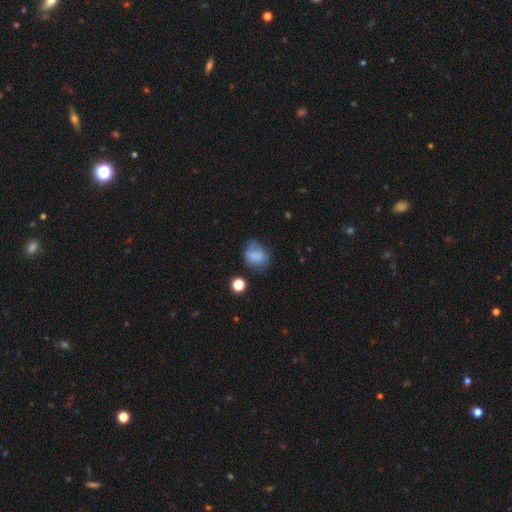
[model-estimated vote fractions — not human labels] Morphology: type=smooth (75%); roundness=in between (54%); merging=none (52%).